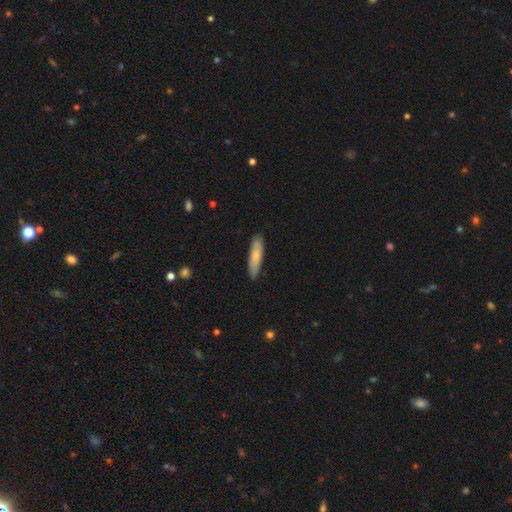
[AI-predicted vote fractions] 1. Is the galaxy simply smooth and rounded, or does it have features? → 74% smooth, 21% featured or disk, 5% star or artifact.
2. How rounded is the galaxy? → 75% cigar-shaped, 23% in between, 2% round.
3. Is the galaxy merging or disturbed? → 87% none, 10% minor disturbance, 2% major disturbance, 1% merger.